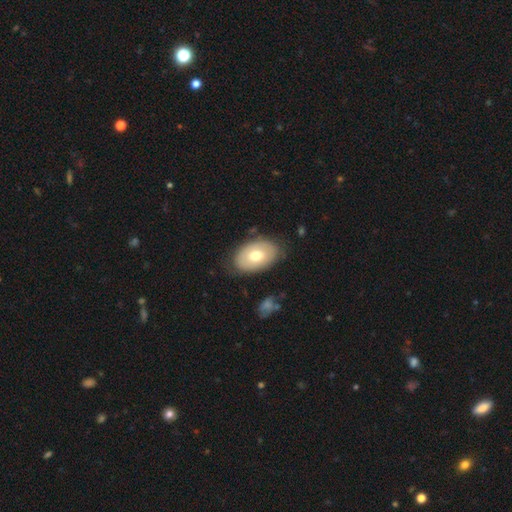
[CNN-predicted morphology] Smooth or featured: smooth — 65% (featured or disk — 29%)
How rounded: in between — 90% (round — 9%)
Merging: none — 80% (minor disturbance — 14%)